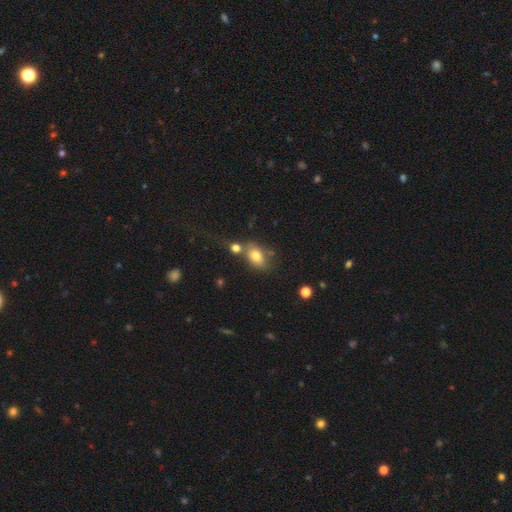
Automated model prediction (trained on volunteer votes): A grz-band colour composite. It shows a smooth galaxy with no disk features (77%) that is in between round and cigar-shaped (77%). Merging: none (44%).